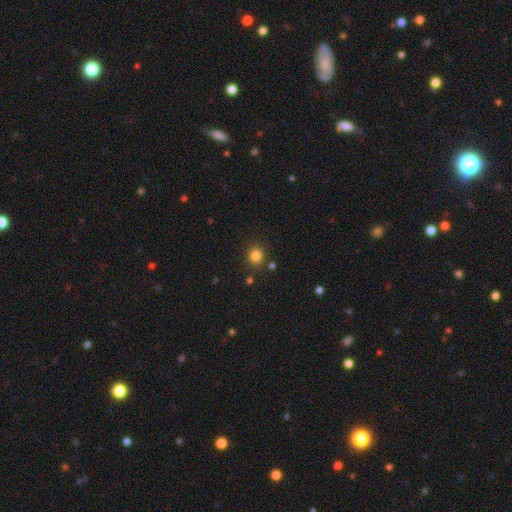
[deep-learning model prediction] Smooth or featured? Predicted: smooth (p=0.82). How rounded? Predicted: round (p=0.88). Merging? Predicted: none (p=0.86).